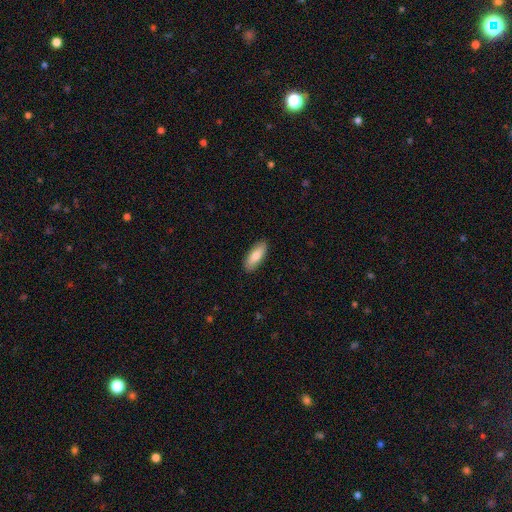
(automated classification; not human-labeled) Overall: smooth (80%). How rounded: in between (73%). Merging: none (88%).